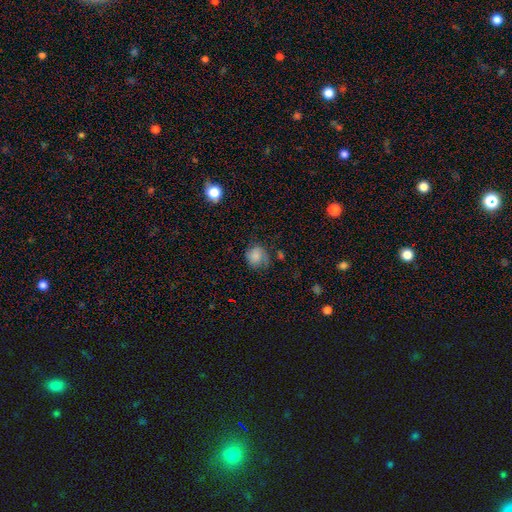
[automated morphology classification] Smooth or featured? Predicted: smooth (p=0.72). How rounded? Predicted: round (p=0.70). Merging? Predicted: none (p=0.54).